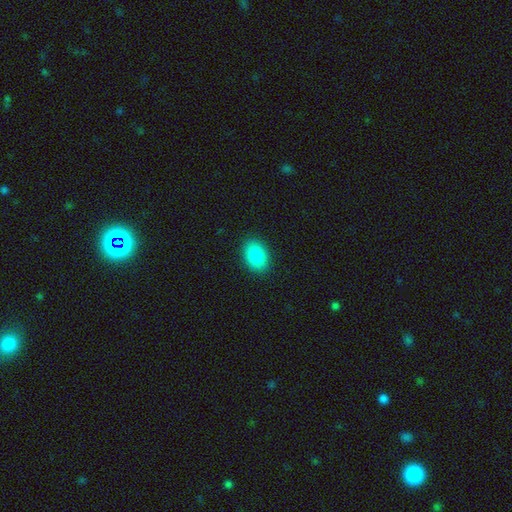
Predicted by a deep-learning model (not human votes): Smooth or featured? smooth (87%)
How rounded? in between (83%)
Merging? none (90%)